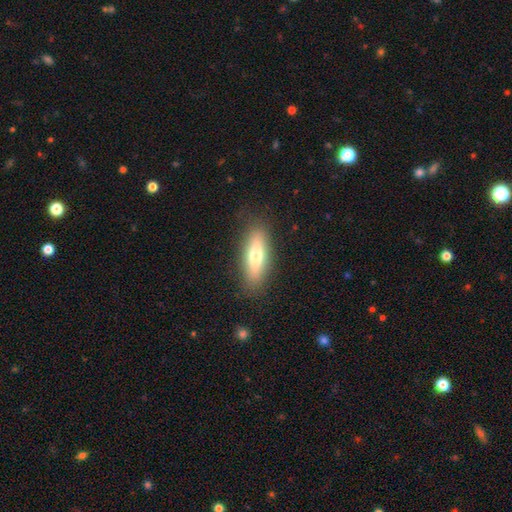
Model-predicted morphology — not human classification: Smooth or featured? Predicted: smooth (p=0.67). How rounded? Predicted: in between (p=0.53). Merging? Predicted: none (p=0.86).